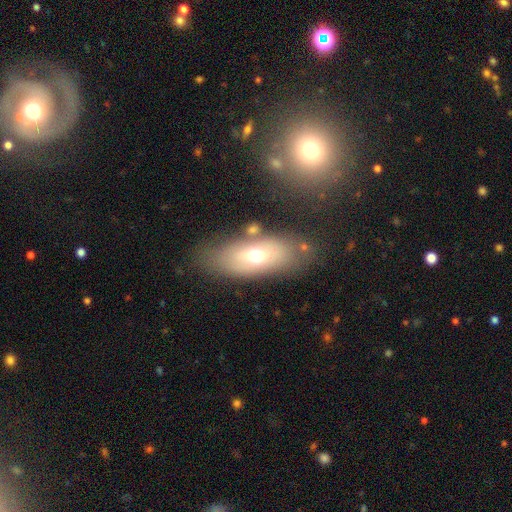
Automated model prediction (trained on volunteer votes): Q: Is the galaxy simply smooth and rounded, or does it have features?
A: smooth — 57%.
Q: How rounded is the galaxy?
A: in between — 80%.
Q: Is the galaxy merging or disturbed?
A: none — 70%.